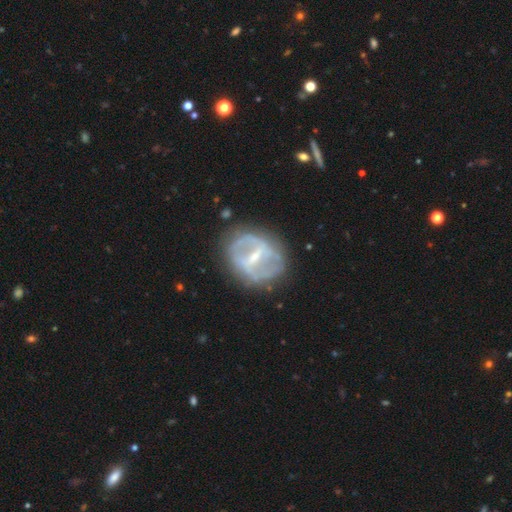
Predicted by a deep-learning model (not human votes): A featured or disk galaxy (79%) with a strong bar (60%), spiral arms (53%) and a small central bulge (59%).

Vote fractions:
- Smooth or featured? featured or disk: 79% / smooth: 14% / star or artifact: 7%
- Edge-on disk? no: 95% / yes: 5%
- Bar? strong: 60% / weak: 31% / no: 9%
- Spiral arms? yes: 53% / no: 47%
- Bulge size? small: 59% / moderate: 32% / none: 6% / large: 2% / dominant: 1%
- Merging? none: 72% / minor disturbance: 17% / major disturbance: 9% / merger: 2%